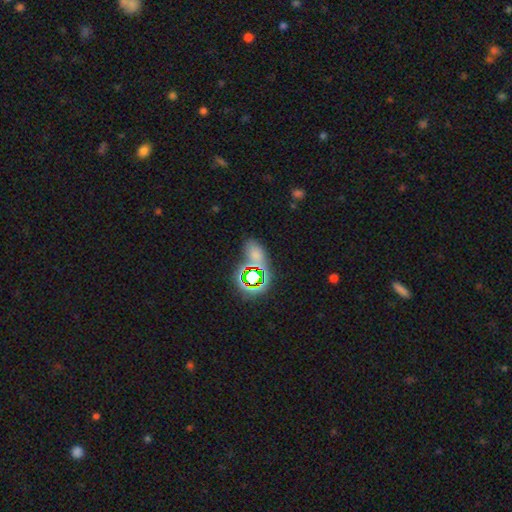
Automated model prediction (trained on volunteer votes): This appears to be a smooth galaxy with no disk features (54%) that is in between round and cigar-shaped (80%). Merging: none (66%).